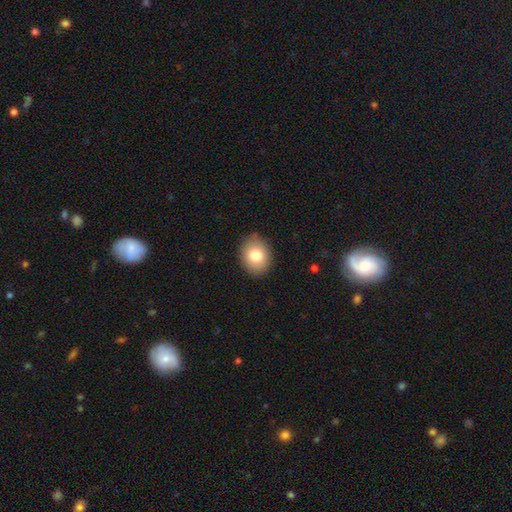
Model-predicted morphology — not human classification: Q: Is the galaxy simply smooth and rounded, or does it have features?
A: smooth — 80%.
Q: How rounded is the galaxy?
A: in between — 52%.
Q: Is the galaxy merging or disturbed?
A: none — 85%.